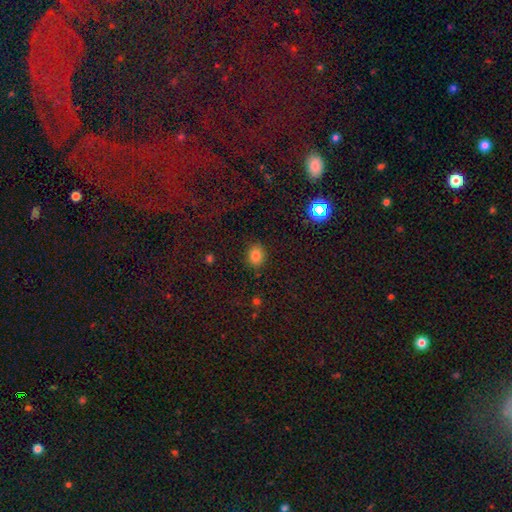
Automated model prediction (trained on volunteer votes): A smooth galaxy with no disk features (79%) that is round (61%).

Vote fractions:
- Smooth or featured? smooth: 79% / star or artifact: 14% / featured or disk: 6%
- How rounded? round: 61% / in between: 38% / cigar-shaped: 1%
- Merging? none: 87% / minor disturbance: 9% / major disturbance: 3% / merger: 1%